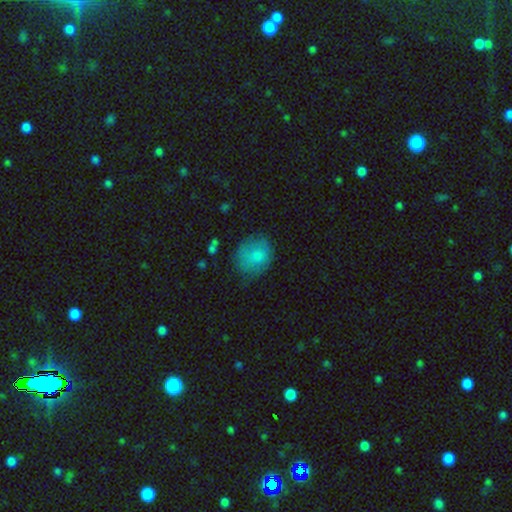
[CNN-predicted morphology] Q: Smooth or featured?
A: smooth (78%); runner-up: featured or disk (13%)
Q: How rounded?
A: round (69%); runner-up: in between (30%)
Q: Merging?
A: none (60%); runner-up: minor disturbance (28%)